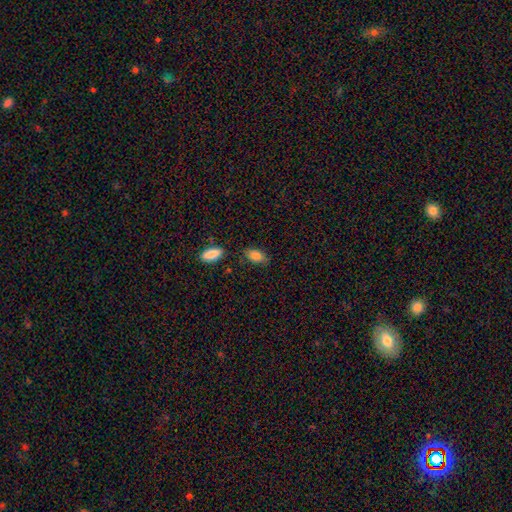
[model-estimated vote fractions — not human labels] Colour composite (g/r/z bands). It shows a smooth galaxy with no disk features (85%) that is in between round and cigar-shaped (90%). Merging: none (78%).